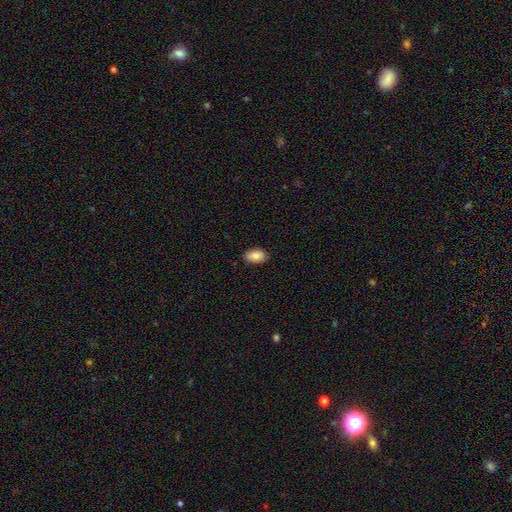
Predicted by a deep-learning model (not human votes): Smooth or featured? smooth (86%)
How rounded? in between (91%)
Merging? none (86%)